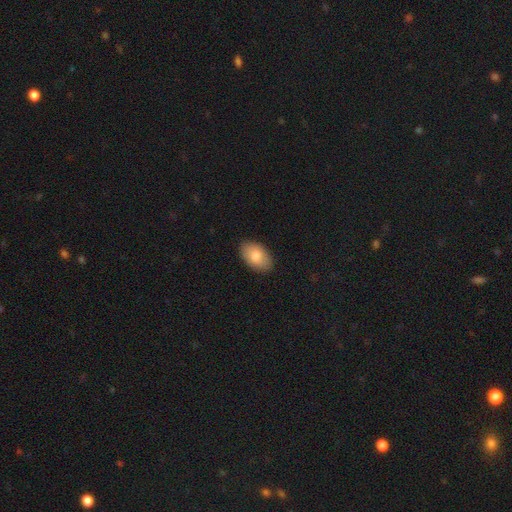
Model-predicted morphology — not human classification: smooth_or_featured: smooth (p=0.81) [alt: featured or disk p=0.13]
how_rounded: in between (p=0.92) [alt: round p=0.06]
merging: none (p=0.88) [alt: minor disturbance p=0.09]